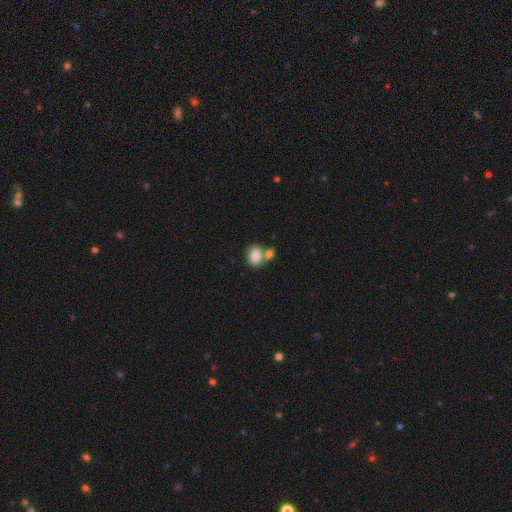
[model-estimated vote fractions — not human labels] This appears to be a smooth galaxy with no disk features (84%) that is in between round and cigar-shaped (79%). Merging: none (43%).